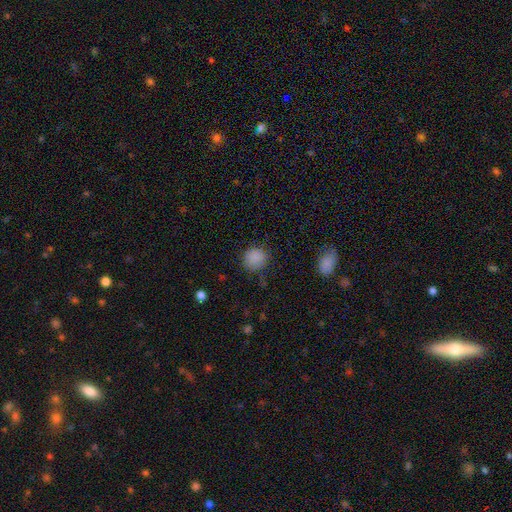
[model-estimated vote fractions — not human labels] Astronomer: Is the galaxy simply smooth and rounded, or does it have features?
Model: smooth — 86%.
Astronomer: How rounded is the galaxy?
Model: round — 85%.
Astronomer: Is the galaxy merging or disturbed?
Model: none — 79%.